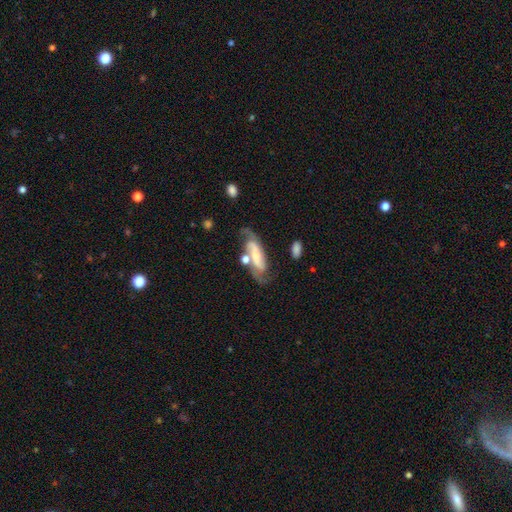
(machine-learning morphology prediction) The model was most divided on "bar": strong: 36%, weak: 34%, no: 30%. Remaining: spiral arms — yes (94%); edge-on disk — no (90%); spiral arm count — 2 (84%); smooth or featured — featured or disk (75%); merging — none (56%); bulge size — small (48%); spiral winding — medium (46%).